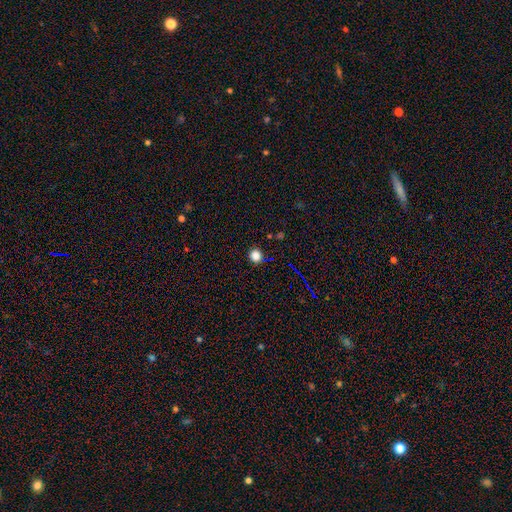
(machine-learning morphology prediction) Smooth or featured? smooth (80%)
How rounded? round (88%)
Merging? none (90%)